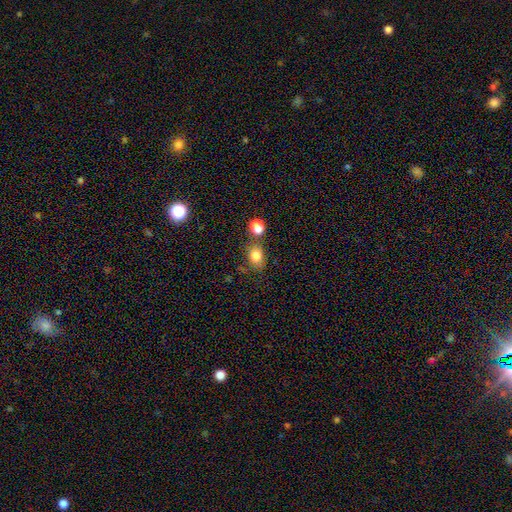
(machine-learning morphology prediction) This appears to be a smooth galaxy with no disk features (82%) that is in between round and cigar-shaped (60%). Merging: none (58%).